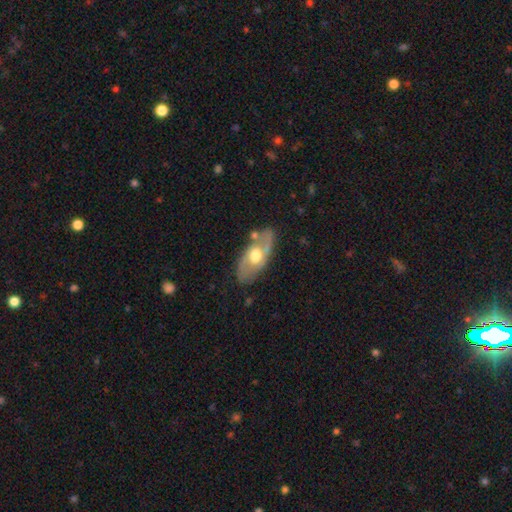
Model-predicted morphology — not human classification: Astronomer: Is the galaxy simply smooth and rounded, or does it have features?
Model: featured or disk — 60%.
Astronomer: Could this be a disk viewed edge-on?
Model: no — 83%.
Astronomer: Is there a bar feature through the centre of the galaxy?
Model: no — 77%.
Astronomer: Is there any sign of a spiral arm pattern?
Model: no — 54% (runner-up: yes, 46%).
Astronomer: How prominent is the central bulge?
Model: moderate — 65%.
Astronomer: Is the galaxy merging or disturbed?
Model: none — 73%.